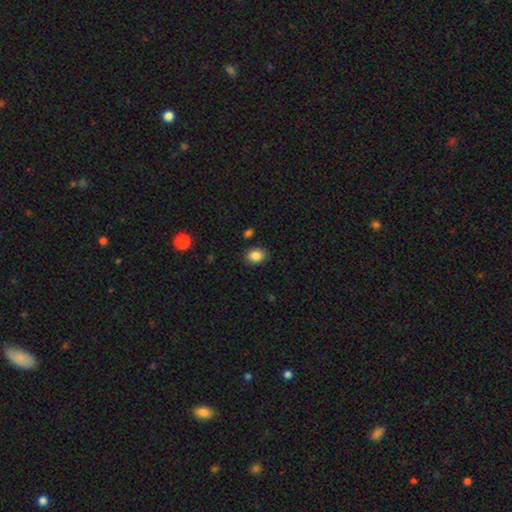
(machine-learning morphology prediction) The model was most divided on "how rounded": in between: 53%, round: 46%, cigar-shaped: 1%. More confident: smooth or featured — smooth (86%); merging — none (86%).